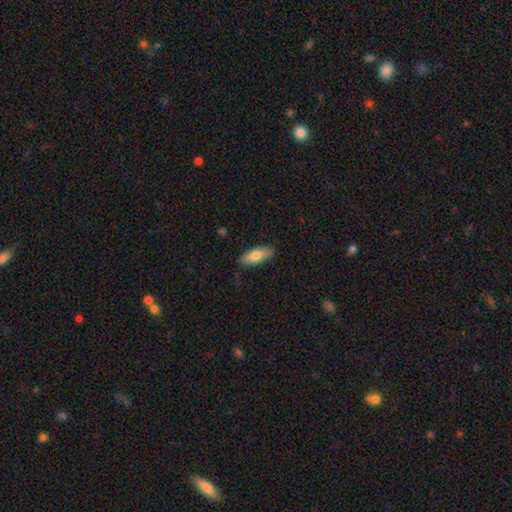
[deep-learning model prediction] Q: Smooth or featured?
A: smooth (78%); runner-up: featured or disk (15%)
Q: How rounded?
A: in between (74%); runner-up: cigar-shaped (24%)
Q: Merging?
A: none (83%); runner-up: minor disturbance (13%)